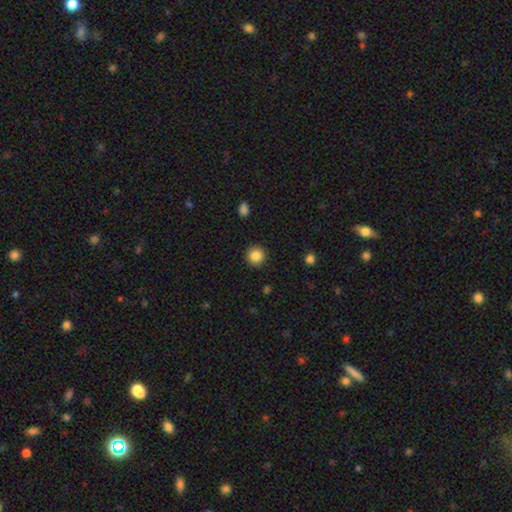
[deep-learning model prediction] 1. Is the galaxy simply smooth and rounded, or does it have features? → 86% smooth, 10% star or artifact, 4% featured or disk.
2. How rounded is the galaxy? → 93% round, 6% in between, 1% cigar-shaped.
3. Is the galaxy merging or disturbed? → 91% none, 6% minor disturbance, 2% major disturbance, 1% merger.